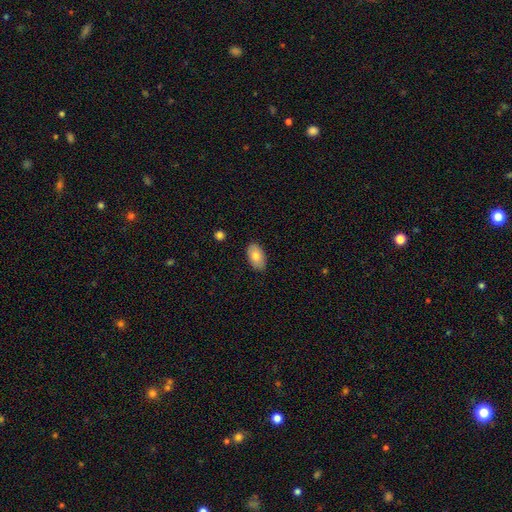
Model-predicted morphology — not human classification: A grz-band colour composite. It shows a smooth galaxy with no disk features (82%) that is in between round and cigar-shaped (94%). Merging: none (85%).